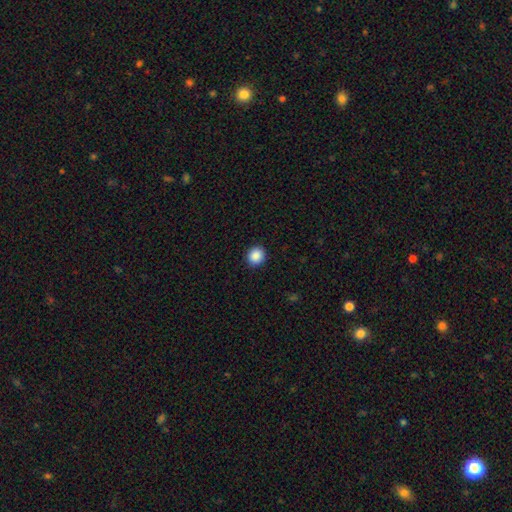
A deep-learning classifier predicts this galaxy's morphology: The model was most divided on "how rounded": round: 86%, in between: 13%, cigar-shaped: 1%. More confident: merging — none (92%); smooth or featured — smooth (88%).